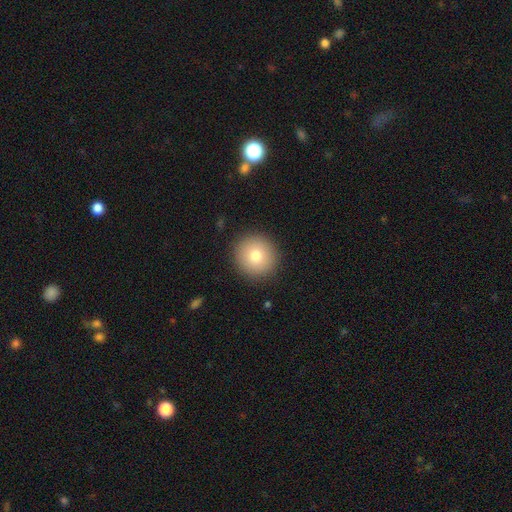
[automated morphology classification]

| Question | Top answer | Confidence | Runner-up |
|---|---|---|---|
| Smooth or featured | smooth | 77% | featured or disk (13%) |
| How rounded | round | 95% | in between (4%) |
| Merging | none | 91% | minor disturbance (6%) |